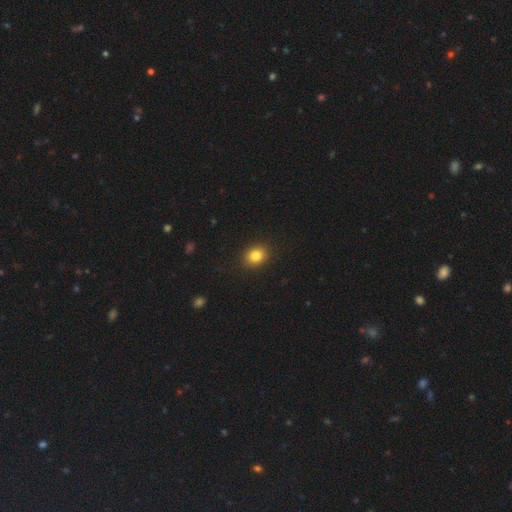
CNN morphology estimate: This appears to be a smooth galaxy with no disk features (83%) that is round (55%). Merging: none (90%).